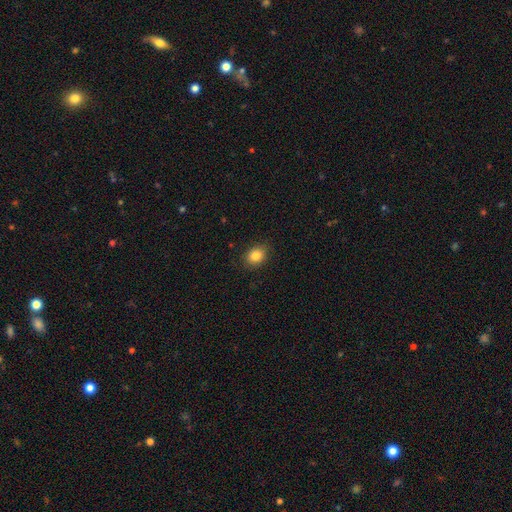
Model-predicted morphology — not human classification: smooth 84%, star or artifact 10%, featured or disk 6%. Down the decision tree: how rounded — in between (60%); merging — none (87%).